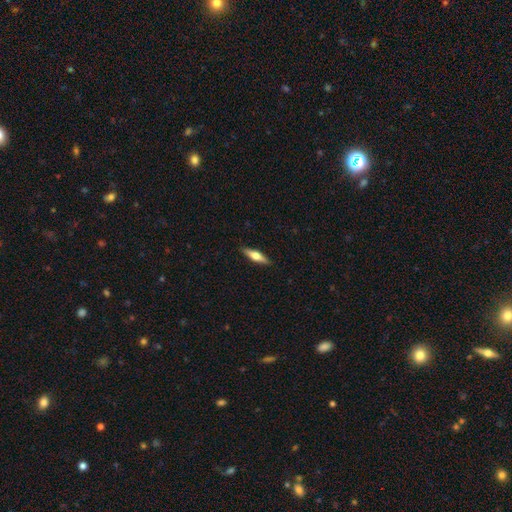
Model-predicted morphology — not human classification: Smooth or featured: smooth — 49% (featured or disk — 46%)
Merging: none — 90% (minor disturbance — 8%)